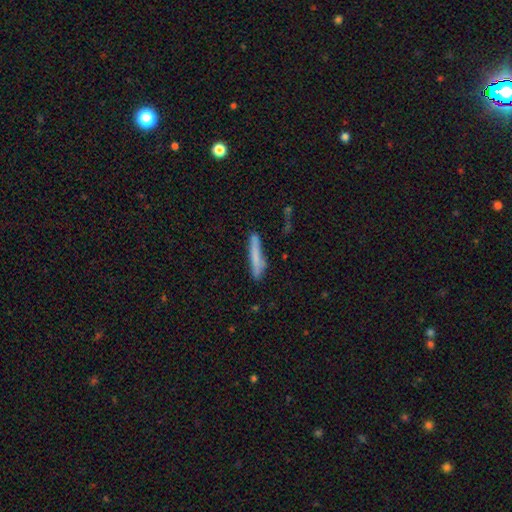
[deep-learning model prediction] This is likely a smooth galaxy (70%). How rounded: clearly cigar-shaped (93%). Merging: likely none (76%).